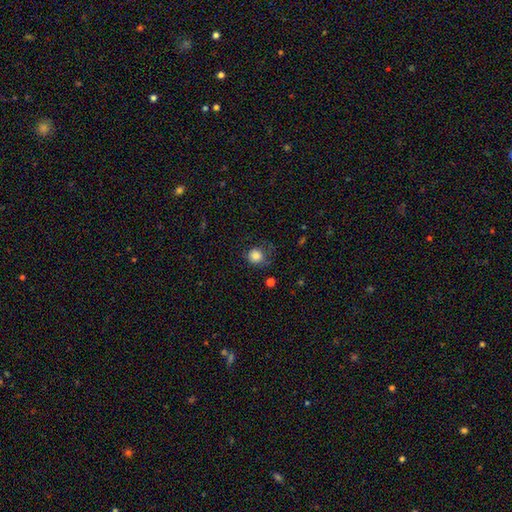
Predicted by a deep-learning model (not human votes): Q: Smooth or featured?
A: smooth (83%); runner-up: star or artifact (10%)
Q: How rounded?
A: round (88%); runner-up: in between (11%)
Q: Merging?
A: none (67%); runner-up: minor disturbance (22%)